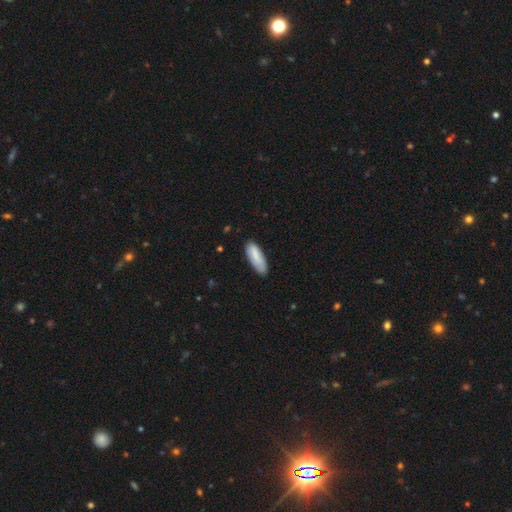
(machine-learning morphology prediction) Smooth or featured: smooth — 83% (featured or disk — 11%)
How rounded: in between — 62% (cigar-shaped — 36%)
Merging: none — 75% (minor disturbance — 20%)